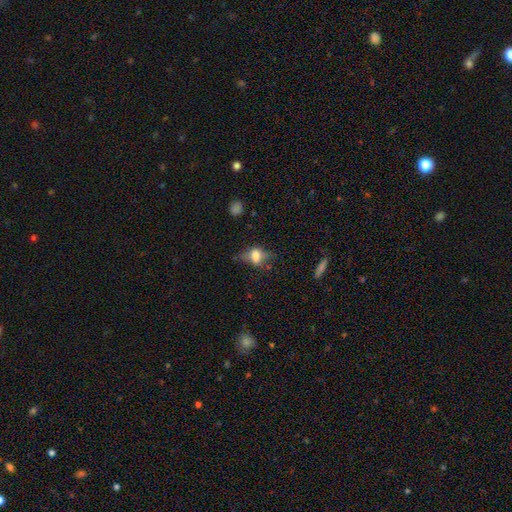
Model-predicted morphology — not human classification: Smooth or featured?
  - smooth: 56% *
  - featured or disk: 32%
  - star or artifact: 12%
How rounded?
  - in between: 63% *
  - round: 30%
  - cigar-shaped: 6%
Merging?
  - none: 56% *
  - minor disturbance: 26%
  - major disturbance: 16%
  - merger: 3%